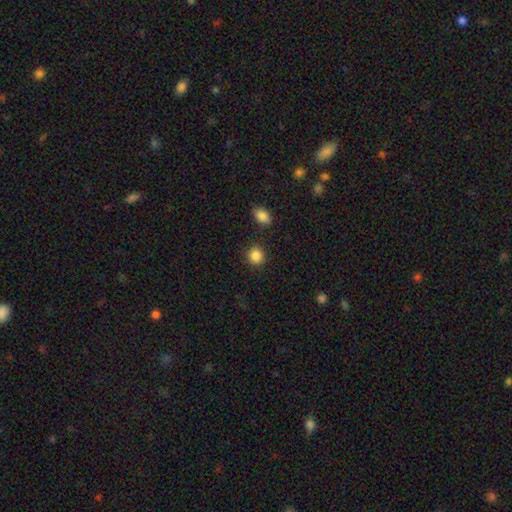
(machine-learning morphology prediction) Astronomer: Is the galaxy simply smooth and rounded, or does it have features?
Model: smooth — 87%.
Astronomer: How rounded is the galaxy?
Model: round — 86%.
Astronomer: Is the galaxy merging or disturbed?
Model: none — 88%.